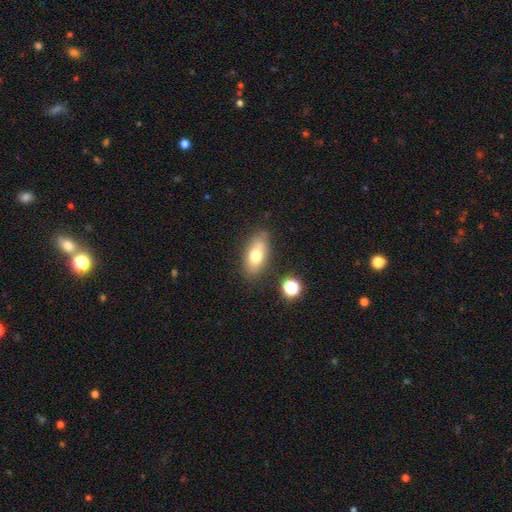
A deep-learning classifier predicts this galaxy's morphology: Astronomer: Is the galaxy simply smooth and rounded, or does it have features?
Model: smooth — 70%.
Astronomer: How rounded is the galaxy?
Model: in between — 83%.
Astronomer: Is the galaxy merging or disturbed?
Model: none — 76%.